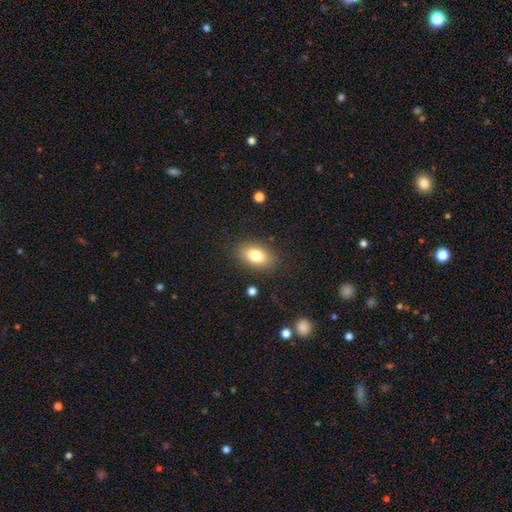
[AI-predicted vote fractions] This is clearly a smooth galaxy (80%). How rounded: clearly in between (87%). Merging: clearly none (84%).